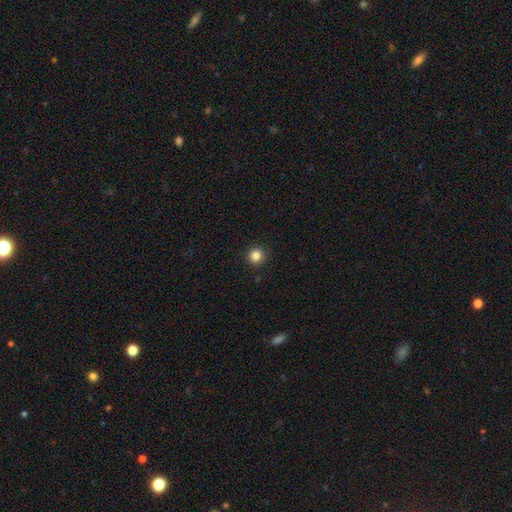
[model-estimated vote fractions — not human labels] A smooth galaxy with no disk features (85%) that is round (94%). Merging: none (92%).